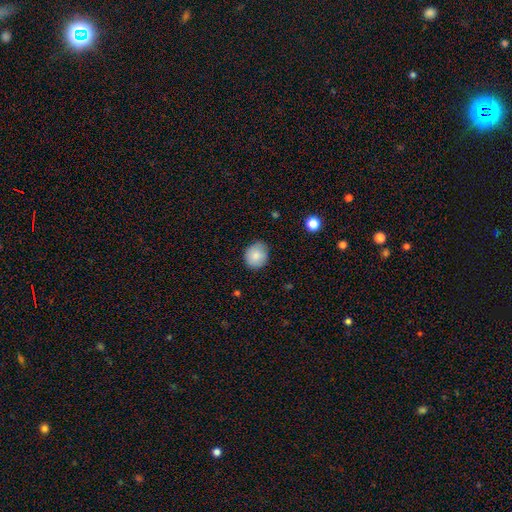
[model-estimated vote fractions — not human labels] This appears to be a smooth galaxy with no disk features (84%) that is round (73%). Merging: none (79%).